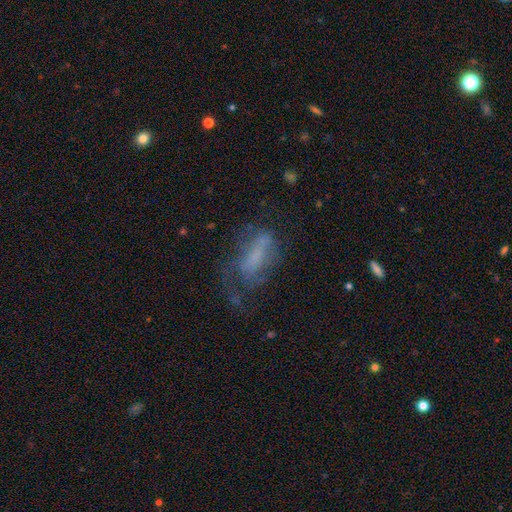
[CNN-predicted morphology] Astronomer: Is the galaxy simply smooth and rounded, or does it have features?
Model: featured or disk — 46% (runner-up: smooth, 40%).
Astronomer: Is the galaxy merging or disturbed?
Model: none — 37% (runner-up: major disturbance, 36%).